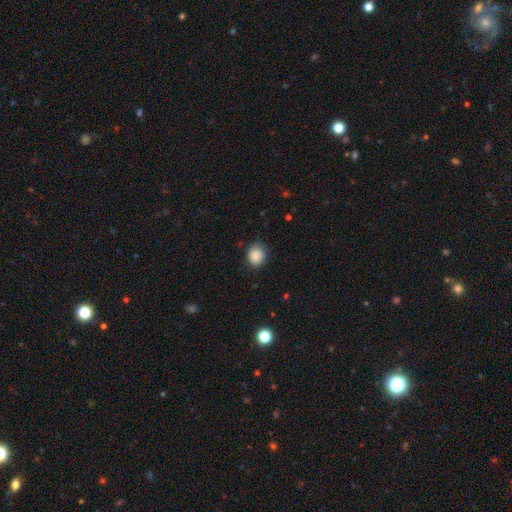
smooth 85%, star or artifact 10%, featured or disk 5%. Down the decision tree: how rounded — round (79%); merging — none (67%).